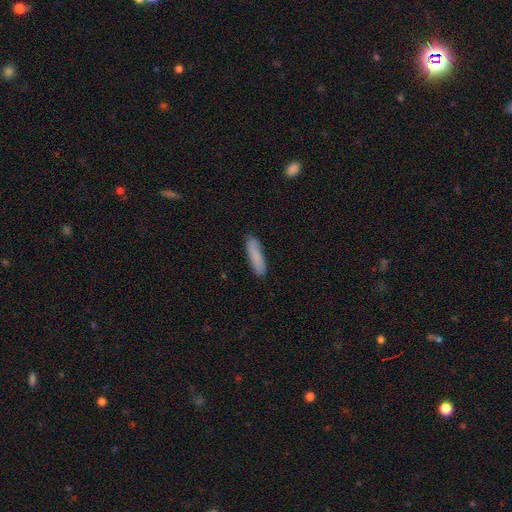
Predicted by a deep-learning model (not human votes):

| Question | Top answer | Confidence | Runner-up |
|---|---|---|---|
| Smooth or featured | smooth | 82% | featured or disk (12%) |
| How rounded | cigar-shaped | 79% | in between (20%) |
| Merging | none | 84% | minor disturbance (12%) |